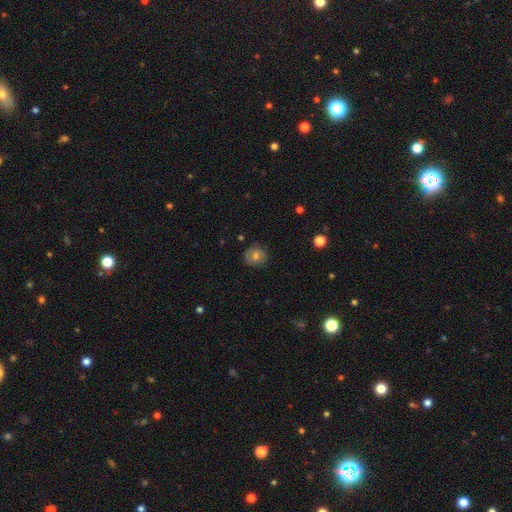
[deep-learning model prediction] smooth_or_featured: smooth (p=0.68) [alt: featured or disk p=0.21]
how_rounded: round (p=0.83) [alt: in between p=0.16]
merging: none (p=0.77) [alt: minor disturbance p=0.17]